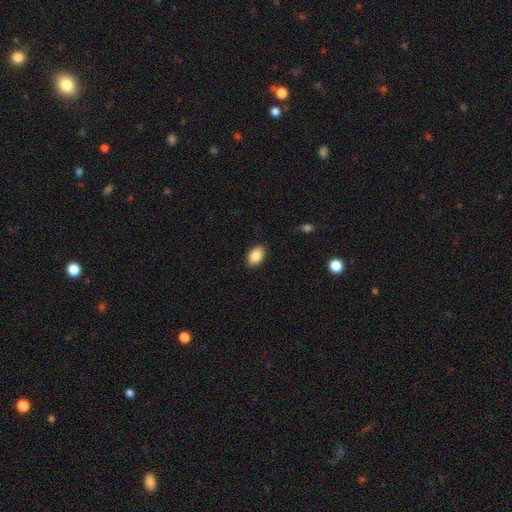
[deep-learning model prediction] Smooth or featured: smooth — 88% (star or artifact — 7%)
How rounded: in between — 89% (round — 10%)
Merging: none — 88% (minor disturbance — 9%)